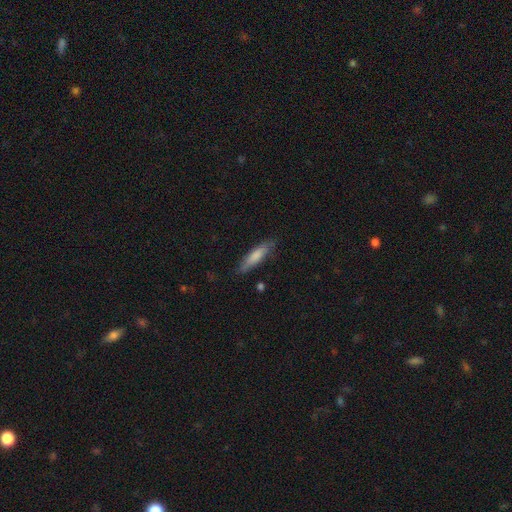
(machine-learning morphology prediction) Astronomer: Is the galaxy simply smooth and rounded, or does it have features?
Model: smooth — 75%.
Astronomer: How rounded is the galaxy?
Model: cigar-shaped — 76%.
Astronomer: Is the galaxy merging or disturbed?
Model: none — 80%.